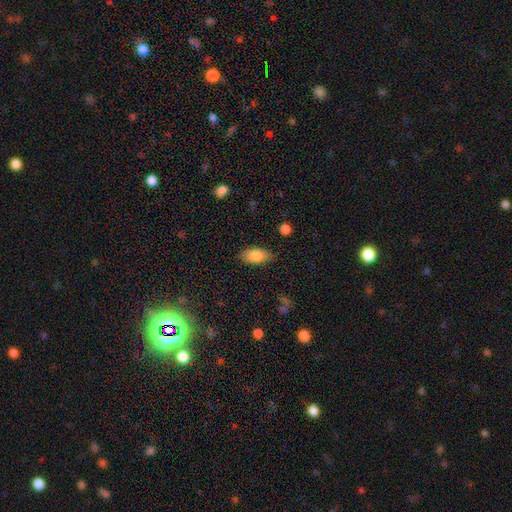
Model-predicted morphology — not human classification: Smooth or featured? Predicted: smooth (p=0.83). How rounded? Predicted: in between (p=0.91). Merging? Predicted: none (p=0.82).